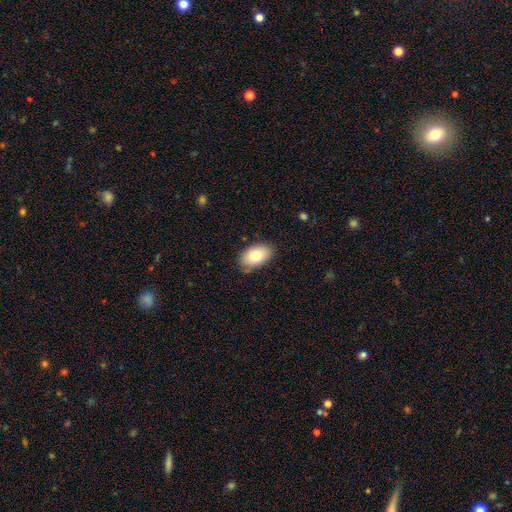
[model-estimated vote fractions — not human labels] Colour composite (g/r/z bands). It shows a smooth galaxy with no disk features (81%) that is in between round and cigar-shaped (93%). Merging: none (81%).